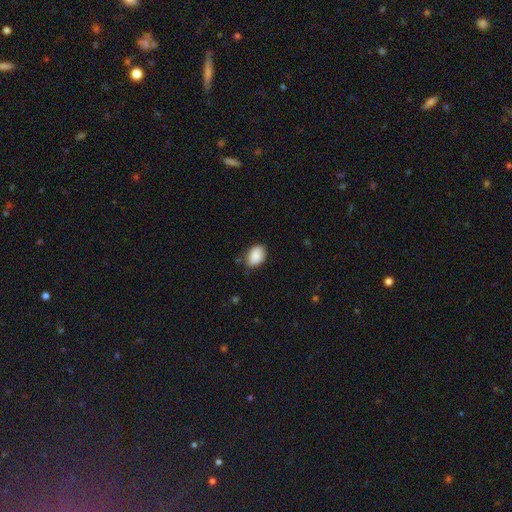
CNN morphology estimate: The model was most divided on "merging": none: 67%, minor disturbance: 27%, major disturbance: 4%, merger: 2%. More confident: smooth or featured — smooth (88%); how rounded — in between (79%).